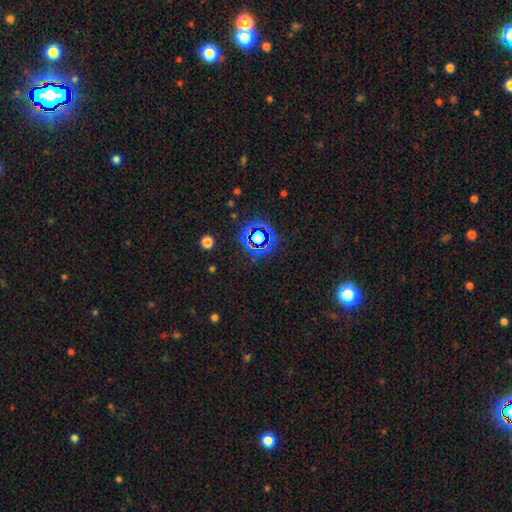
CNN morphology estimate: star or artifact 78%, smooth 13%, featured or disk 9%.